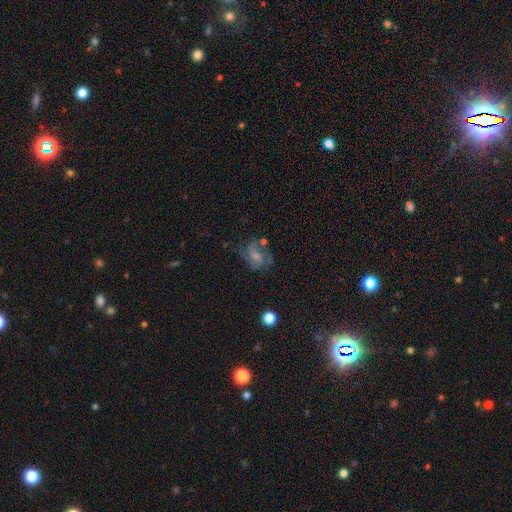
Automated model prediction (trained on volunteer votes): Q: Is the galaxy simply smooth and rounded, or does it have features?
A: featured or disk — 62%.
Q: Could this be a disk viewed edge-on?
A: no — 97%.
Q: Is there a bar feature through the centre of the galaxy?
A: no — 49%.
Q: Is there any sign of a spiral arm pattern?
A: yes — 81%.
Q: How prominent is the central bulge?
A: small — 46%.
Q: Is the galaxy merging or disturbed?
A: none — 49%.